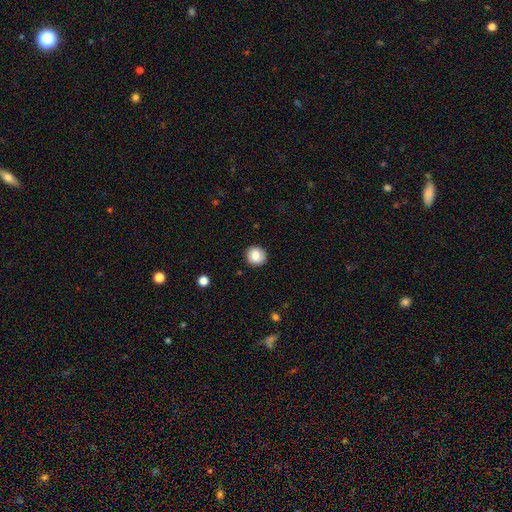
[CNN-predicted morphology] type=smooth (82%); roundness=round (91%); merging=none (90%).